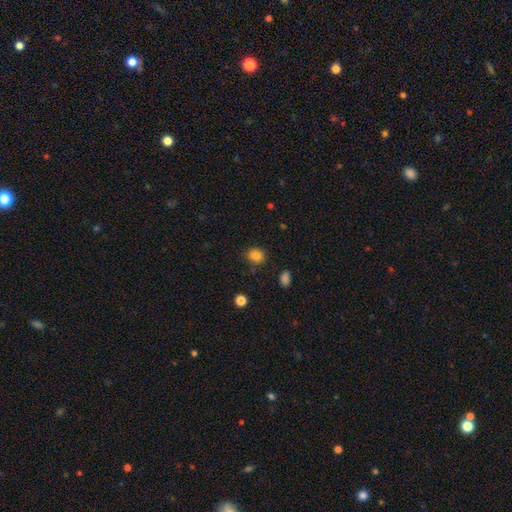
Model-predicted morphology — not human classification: Q: Smooth or featured?
A: smooth (84%); runner-up: star or artifact (11%)
Q: How rounded?
A: round (59%); runner-up: in between (40%)
Q: Merging?
A: none (80%); runner-up: minor disturbance (13%)